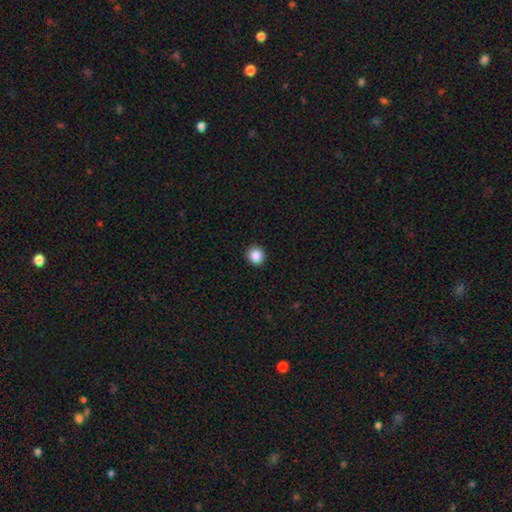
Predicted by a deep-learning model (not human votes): Smooth or featured? Predicted: smooth (p=0.87). How rounded? Predicted: round (p=0.91). Merging? Predicted: none (p=0.92).